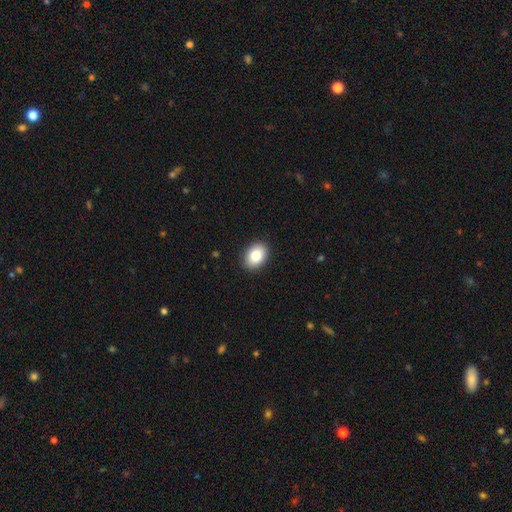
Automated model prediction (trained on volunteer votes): The model was most divided on "how rounded": in between: 75%, round: 24%, cigar-shaped: 1%. More confident: merging — none (91%); smooth or featured — smooth (85%).